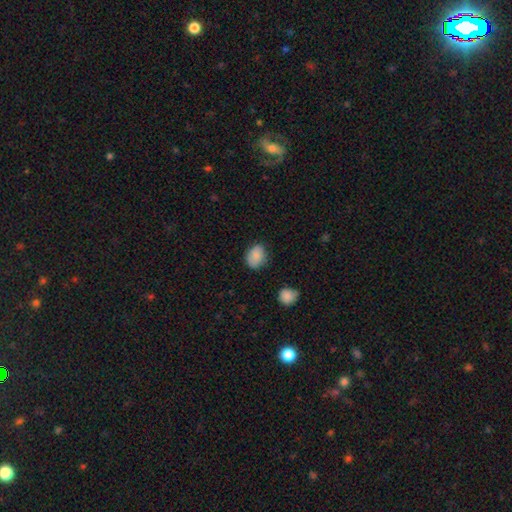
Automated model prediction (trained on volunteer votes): A smooth galaxy with no disk features (86%) that is in between round and cigar-shaped (55%).

Vote fractions:
- Smooth or featured? smooth: 86% / star or artifact: 8% / featured or disk: 6%
- How rounded? in between: 55% / round: 44% / cigar-shaped: 1%
- Merging? none: 74% / minor disturbance: 20% / major disturbance: 4% / merger: 2%